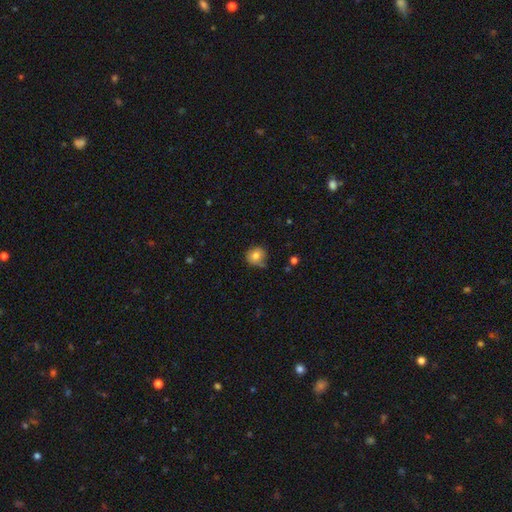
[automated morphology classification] Q: Smooth or featured?
A: smooth (79%); runner-up: featured or disk (11%)
Q: How rounded?
A: round (85%); runner-up: in between (14%)
Q: Merging?
A: none (67%); runner-up: minor disturbance (24%)